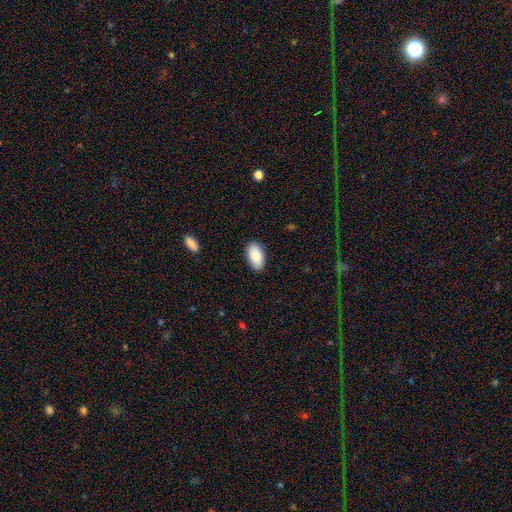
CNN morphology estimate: A smooth galaxy with no disk features (88%) that is in between round and cigar-shaped (96%). Merging: none (87%).